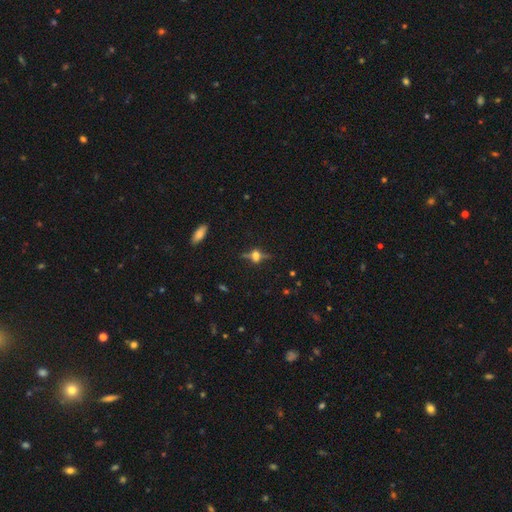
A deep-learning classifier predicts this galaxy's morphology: This is possibly a featured or disk galaxy (50%). It is clearly viewed edge-on (87%). Merging: likely none (78%).